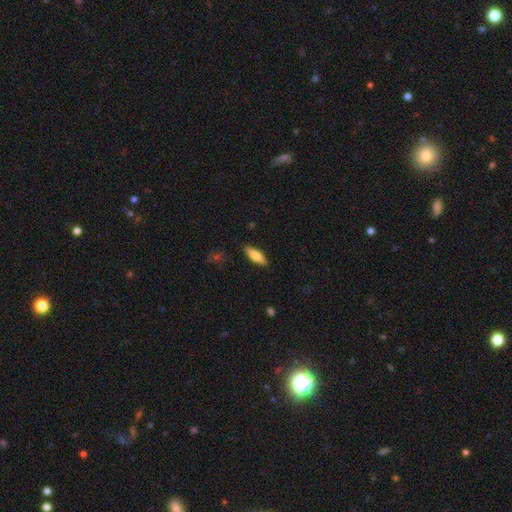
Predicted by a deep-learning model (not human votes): smooth-or-featured: smooth: 75% | featured or disk: 19% | star or artifact: 6%
  how-rounded: in between: 60% | cigar-shaped: 38% | round: 2%
  merging: none: 88% | minor disturbance: 9% | major disturbance: 2% | merger: 1%